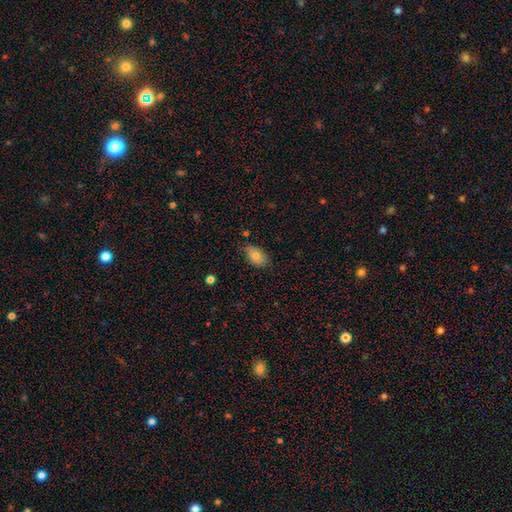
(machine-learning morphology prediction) smooth-or-featured: smooth: 71% | featured or disk: 20% | star or artifact: 9%
  how-rounded: in between: 86% | round: 12% | cigar-shaped: 2%
  merging: none: 67% | minor disturbance: 27% | major disturbance: 4% | merger: 2%